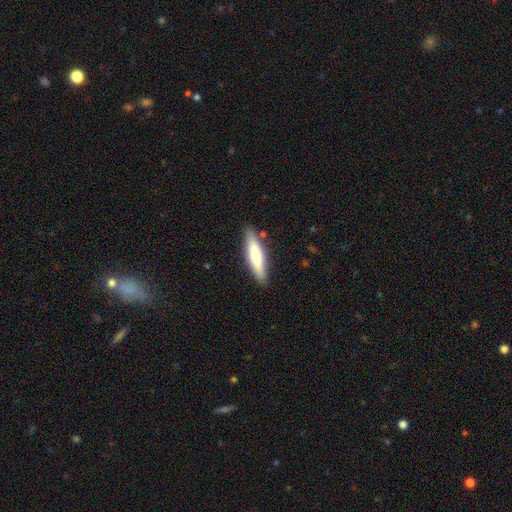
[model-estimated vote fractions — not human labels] Morphology: type=smooth (71%); roundness=cigar-shaped (75%); merging=none (86%).